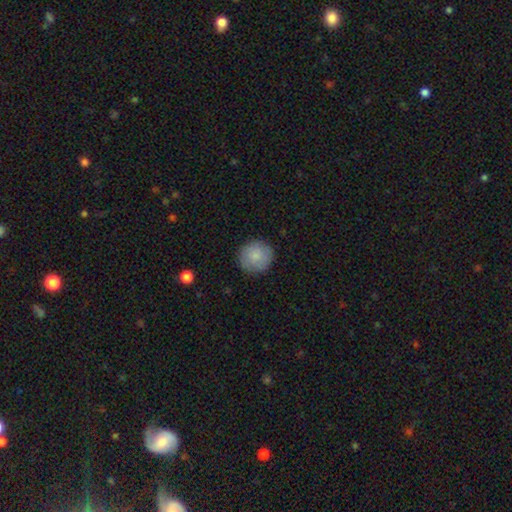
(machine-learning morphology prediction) Smooth or featured? Predicted: smooth (p=0.83). How rounded? Predicted: round (p=0.92). Merging? Predicted: none (p=0.86).